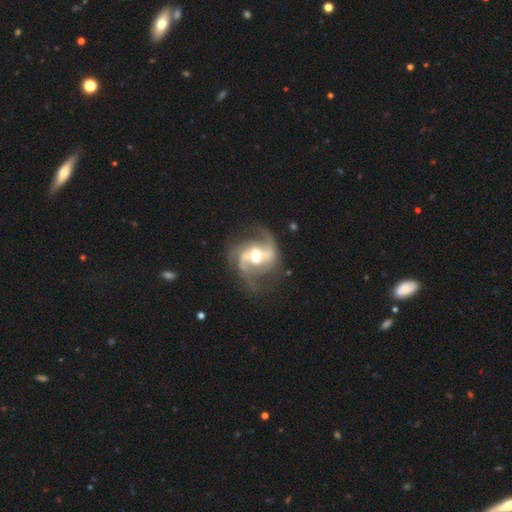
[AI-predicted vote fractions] featured or disk 89%, smooth 6%, star or artifact 5%. Down the decision tree: edge-on disk — no (98%); bar — weak (41%); spiral arms — yes (96%); spiral arm count — 2 (79%); spiral winding — medium (52%); bulge size — moderate (63%); merging — none (65%).